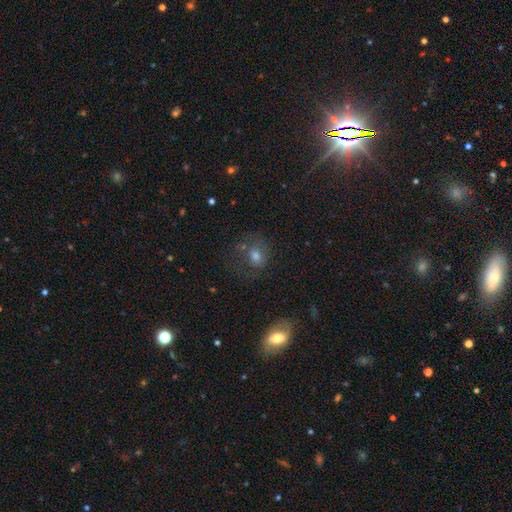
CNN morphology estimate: smooth-or-featured: smooth: 60% | featured or disk: 21% | star or artifact: 19%
  how-rounded: round: 64% | in between: 35% | cigar-shaped: 1%
  merging: none: 56% | minor disturbance: 19% | major disturbance: 17% | merger: 8%